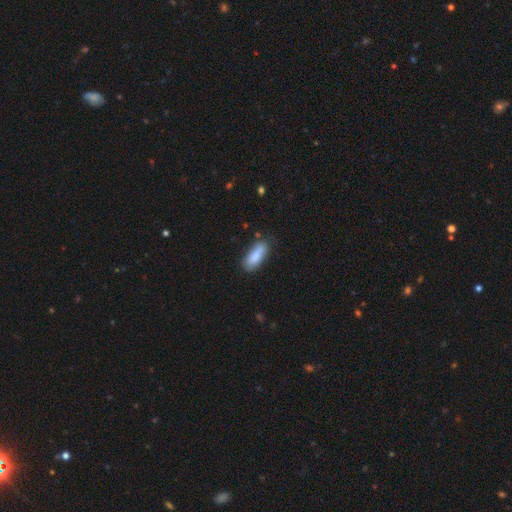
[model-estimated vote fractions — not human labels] The model was most divided on "how rounded": in between: 68%, cigar-shaped: 30%, round: 2%. More confident: smooth or featured — smooth (85%); merging — none (71%).